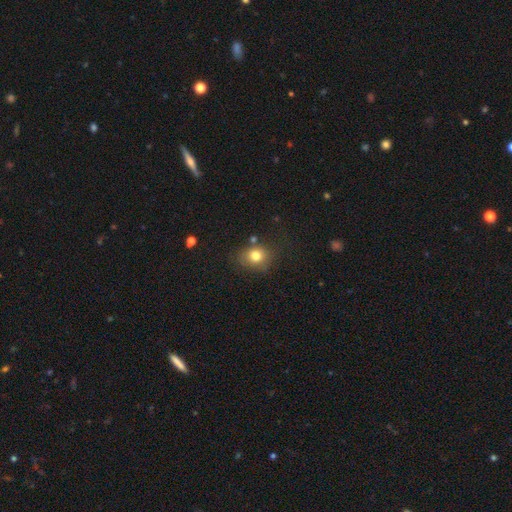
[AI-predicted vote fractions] A smooth galaxy with no disk features (78%) that is round (61%). Merging: none (73%).